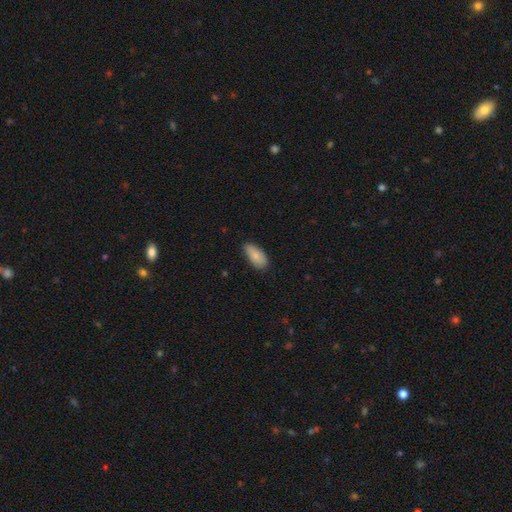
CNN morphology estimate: A smooth galaxy with no disk features (83%) that is in between round and cigar-shaped (91%). Merging: none (75%).